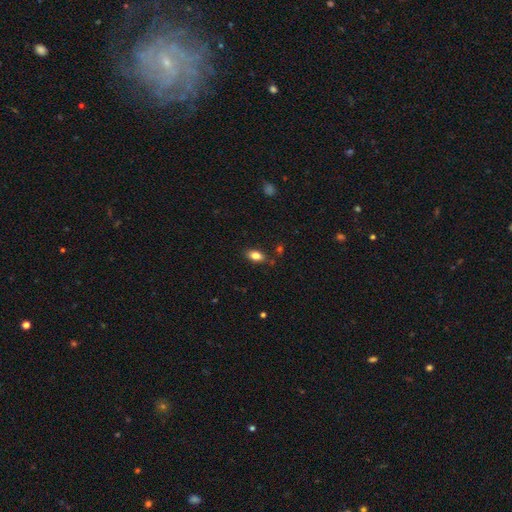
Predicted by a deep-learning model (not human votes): Q: Smooth or featured?
A: smooth (82%); runner-up: featured or disk (9%)
Q: How rounded?
A: in between (89%); runner-up: round (7%)
Q: Merging?
A: none (81%); runner-up: minor disturbance (13%)